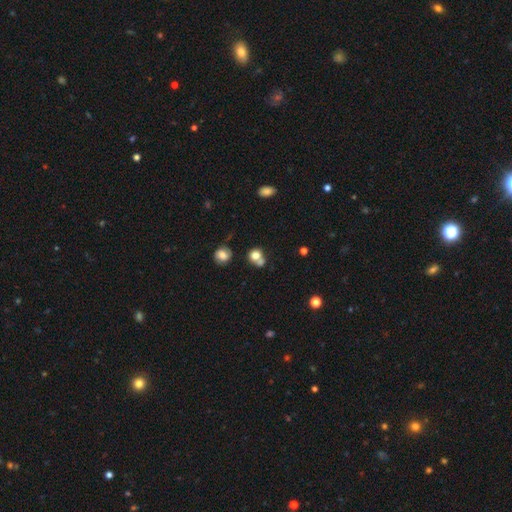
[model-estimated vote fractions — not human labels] A smooth galaxy with no disk features (76%) that is round (79%).

Vote fractions:
- Smooth or featured? smooth: 76% / featured or disk: 12% / star or artifact: 12%
- How rounded? round: 79% / in between: 20% / cigar-shaped: 1%
- Merging? none: 43% / merger: 41% / minor disturbance: 10% / major disturbance: 5%